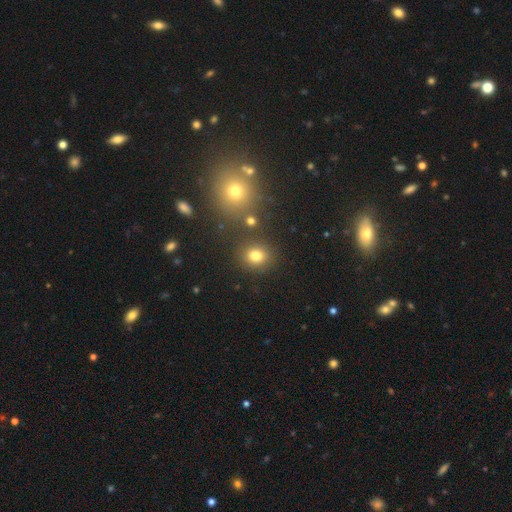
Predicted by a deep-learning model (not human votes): Overall: smooth (78%). How rounded: round (74%). Merging: none (82%).